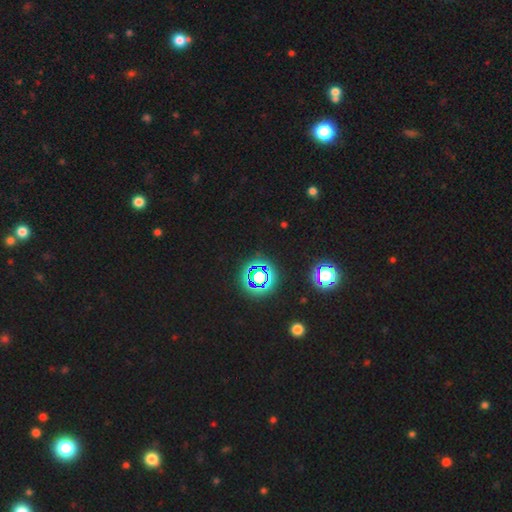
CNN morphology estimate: smooth-or-featured: star or artifact: 69% | smooth: 25% | featured or disk: 7%